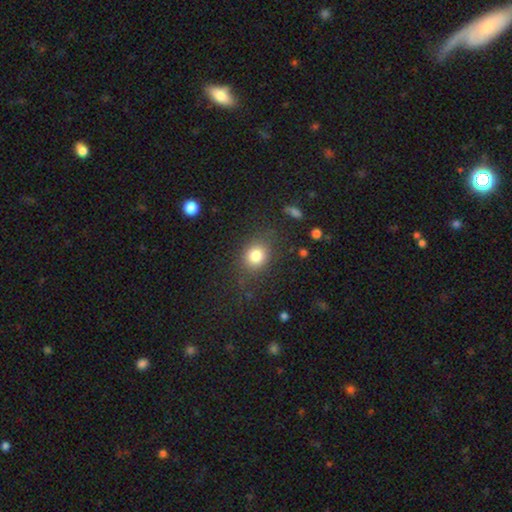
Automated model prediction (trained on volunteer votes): Morphology: type=smooth (81%); roundness=round (67%); merging=none (79%).